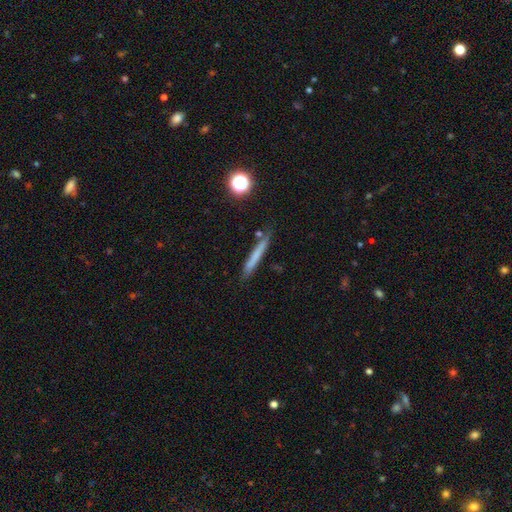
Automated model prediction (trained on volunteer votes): This is likely a smooth galaxy (64%). How rounded: clearly cigar-shaped (95%). Merging: clearly none (83%).